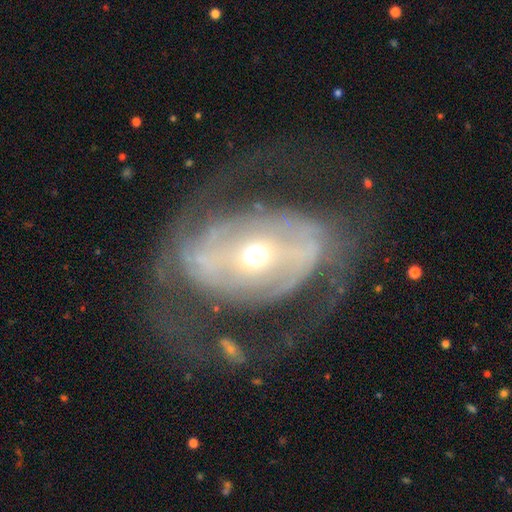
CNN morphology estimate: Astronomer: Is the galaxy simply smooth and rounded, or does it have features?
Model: featured or disk — 83%.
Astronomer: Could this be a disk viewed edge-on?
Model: no — 95%.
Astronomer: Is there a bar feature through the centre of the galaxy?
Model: strong — 40% (runner-up: weak, 33%).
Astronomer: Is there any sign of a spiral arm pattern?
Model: yes — 77%.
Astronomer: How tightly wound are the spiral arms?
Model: medium — 42% (runner-up: tight, 34%).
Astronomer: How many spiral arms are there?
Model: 2 — 73%.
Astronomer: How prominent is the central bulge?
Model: moderate — 61%.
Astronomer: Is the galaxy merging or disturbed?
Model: none — 61%.